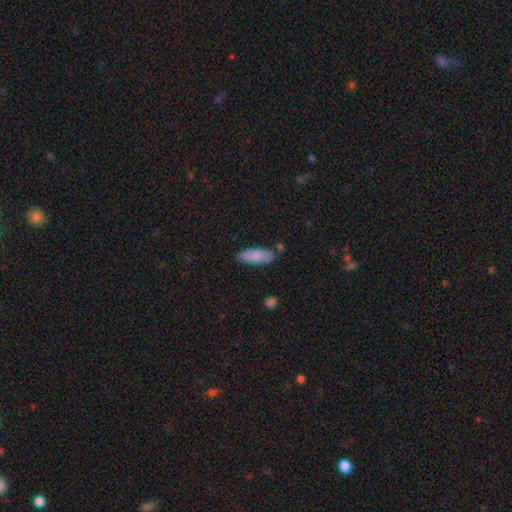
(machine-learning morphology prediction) smooth_or_featured: smooth (p=0.84) [alt: featured or disk p=0.10]
how_rounded: in between (p=0.78) [alt: cigar-shaped p=0.20]
merging: none (p=0.77) [alt: minor disturbance p=0.16]